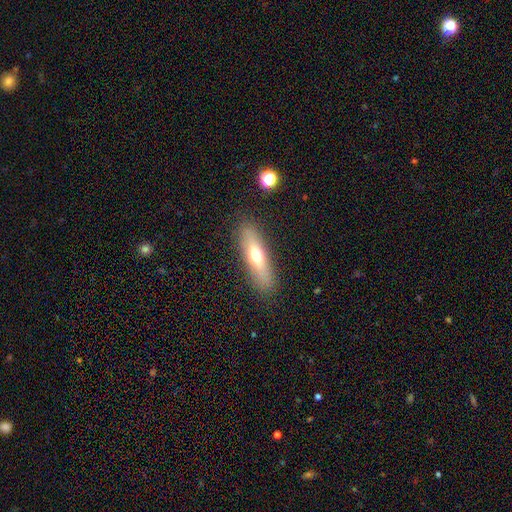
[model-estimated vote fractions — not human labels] Smooth or featured?
  - smooth: 57% *
  - featured or disk: 35%
  - star or artifact: 8%
How rounded?
  - cigar-shaped: 61% *
  - in between: 36%
  - round: 3%
Merging?
  - none: 87% *
  - minor disturbance: 9%
  - major disturbance: 3%
  - merger: 1%